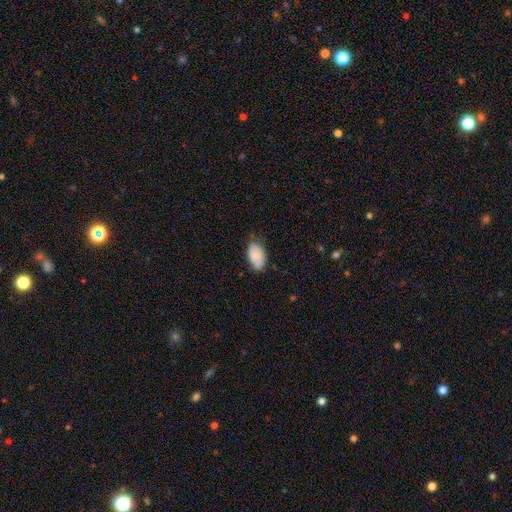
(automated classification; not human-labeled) Morphology: type=smooth (76%); roundness=in between (94%); merging=none (67%).